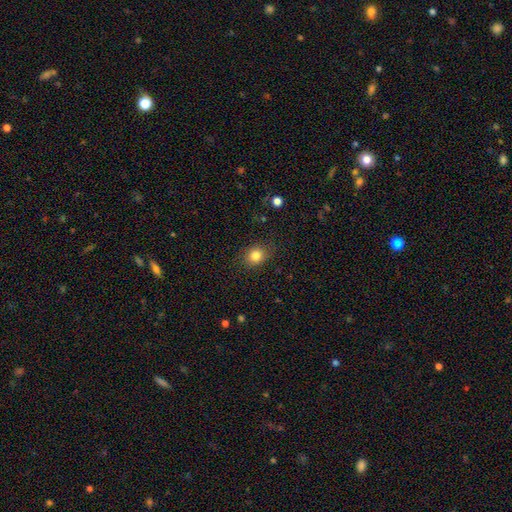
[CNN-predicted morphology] smooth 83%, star or artifact 11%, featured or disk 6%. Down the decision tree: how rounded — round (65%); merging — none (84%).